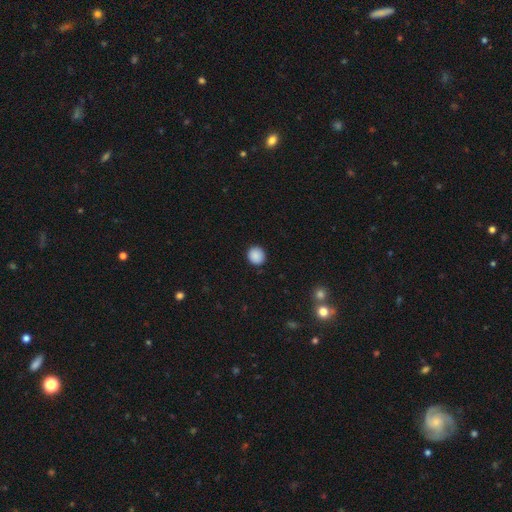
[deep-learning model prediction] This appears to be a smooth galaxy with no disk features (89%) that is round (85%). Merging: none (90%).